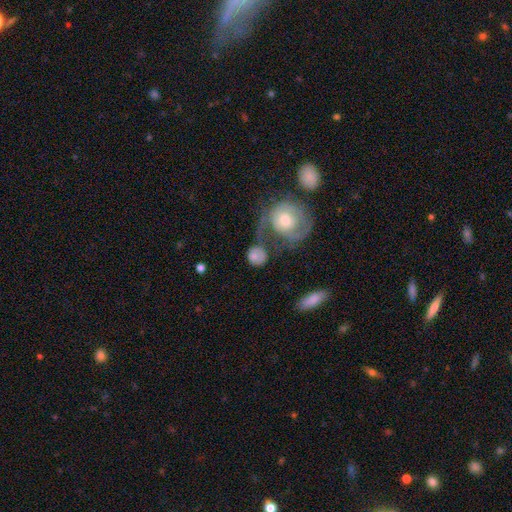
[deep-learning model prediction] smooth_or_featured: smooth (p=0.72) [alt: featured or disk p=0.20]
how_rounded: round (p=0.83) [alt: in between p=0.16]
merging: none (p=0.42) [alt: merger p=0.25]